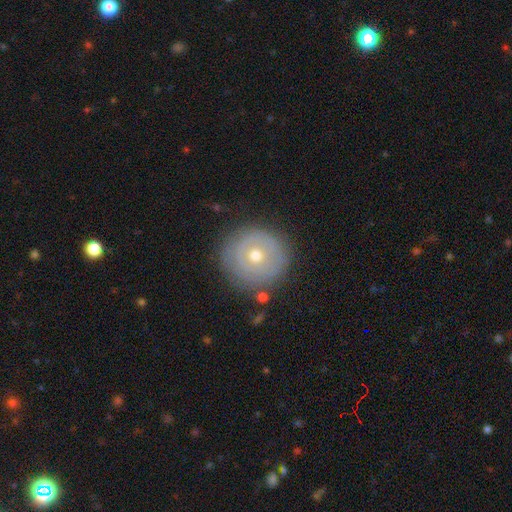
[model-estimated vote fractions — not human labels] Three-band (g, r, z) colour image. It shows a featured or disk galaxy (50%). Merging: none (80%).